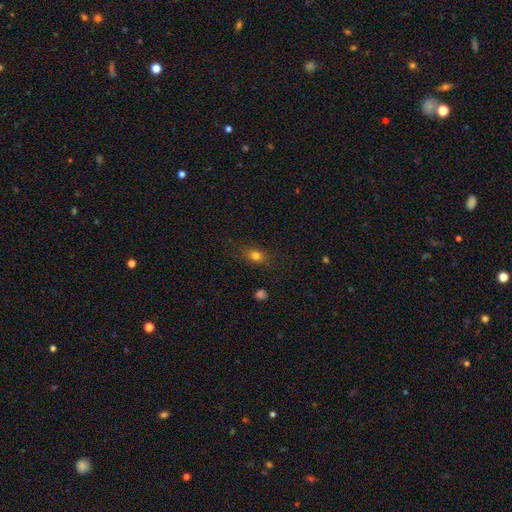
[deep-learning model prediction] Smooth or featured? Predicted: smooth (p=0.79). How rounded? Predicted: in between (p=0.65). Merging? Predicted: none (p=0.80).